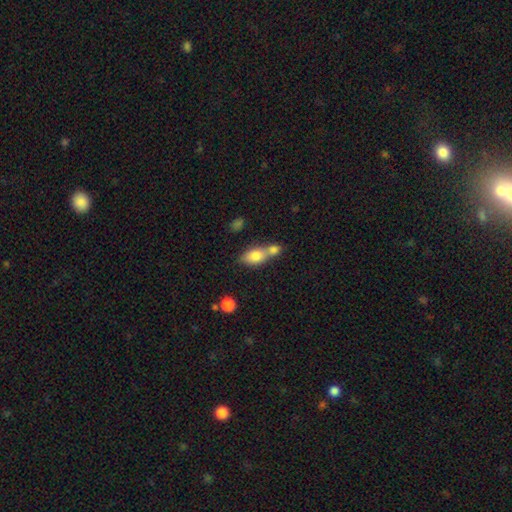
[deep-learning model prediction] The model was most divided on "merging": merger: 61%, none: 27%, minor disturbance: 9%, major disturbance: 4%. More confident: how rounded — in between (80%); smooth or featured — smooth (78%).